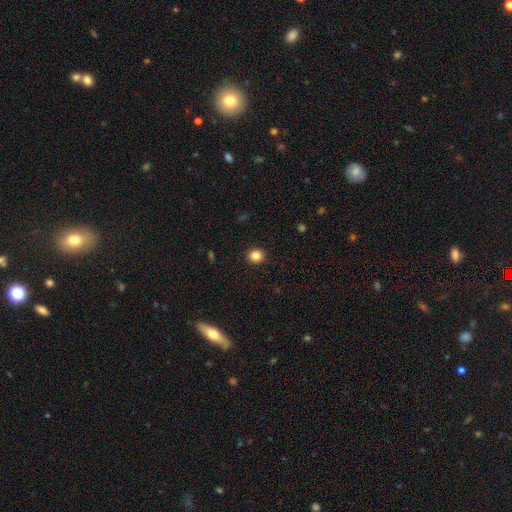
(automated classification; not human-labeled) smooth 84%, star or artifact 11%, featured or disk 5%. Down the decision tree: how rounded — round (90%); merging — none (92%).